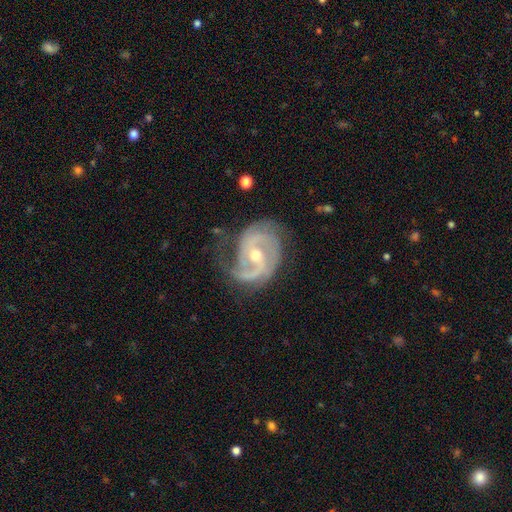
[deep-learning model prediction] smooth_or_featured: featured or disk (p=0.90) [alt: smooth p=0.05]
disk_edge_on: no (p=0.97) [alt: yes p=0.03]
bar: weak (p=0.43) [alt: no p=0.39]
has_spiral_arms: yes (p=0.97) [alt: no p=0.03]
spiral_winding: medium (p=0.48) [alt: tight p=0.38]
spiral_arm_count: 2 (p=0.66) [alt: 3 p=0.15]
bulge_size: moderate (p=0.61) [alt: small p=0.35]
merging: none (p=0.62) [alt: minor disturbance p=0.24]